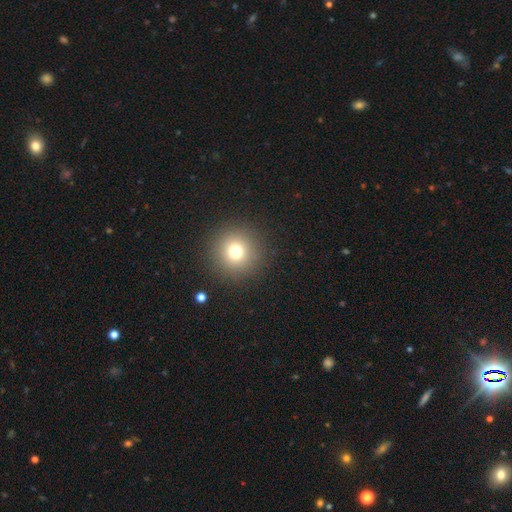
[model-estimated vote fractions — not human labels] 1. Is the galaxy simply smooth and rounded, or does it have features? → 68% smooth, 25% star or artifact, 7% featured or disk.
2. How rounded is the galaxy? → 96% round, 3% in between, 1% cigar-shaped.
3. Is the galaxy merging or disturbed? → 93% none, 4% minor disturbance, 2% major disturbance, 1% merger.